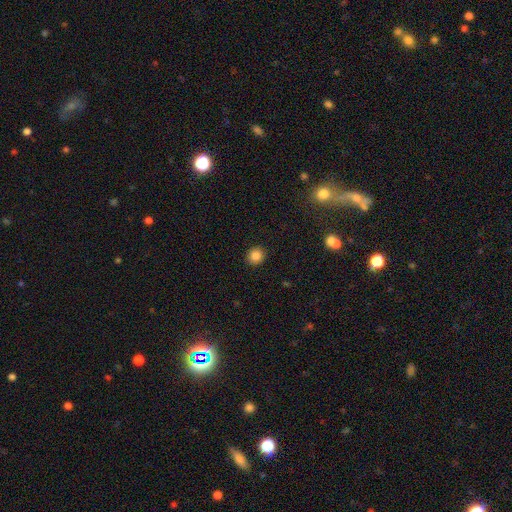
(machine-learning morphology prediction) Overall: smooth (86%). How rounded: round (87%). Merging: none (91%).